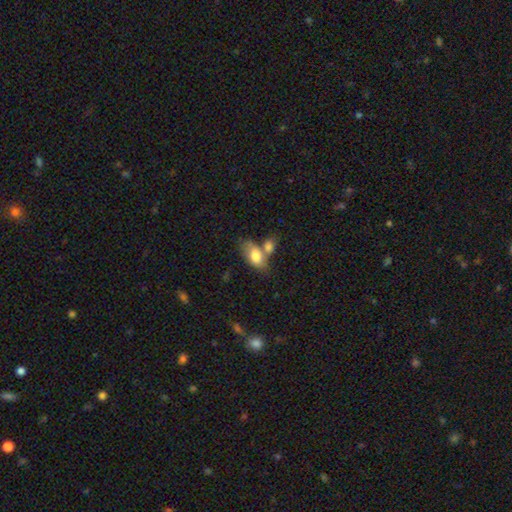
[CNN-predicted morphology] type=smooth (77%); roundness=in between (89%); merging=merger (45%).